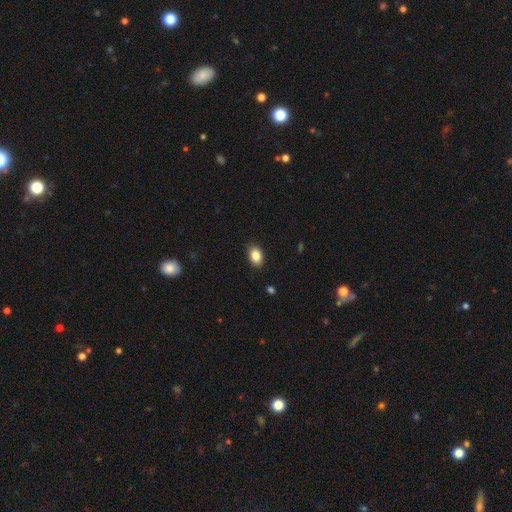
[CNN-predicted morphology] A smooth galaxy with no disk features (86%) that is in between round and cigar-shaped (83%). Merging: none (89%).